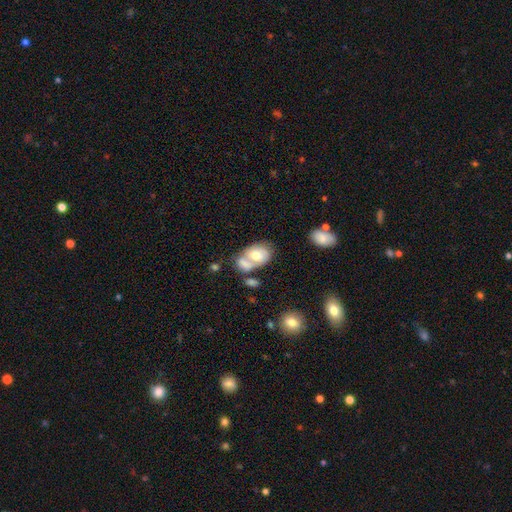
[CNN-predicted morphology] smooth-or-featured: smooth: 59% | featured or disk: 34% | star or artifact: 7%
  how-rounded: in between: 81% | round: 18% | cigar-shaped: 1%
  merging: merger: 48% | none: 27% | minor disturbance: 15% | major disturbance: 9%